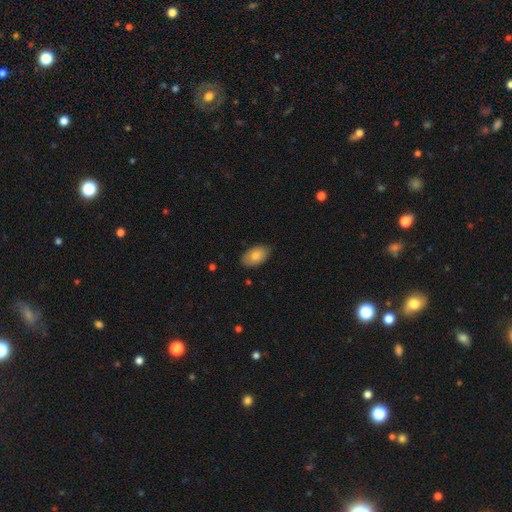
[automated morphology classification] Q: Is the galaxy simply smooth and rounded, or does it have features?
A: smooth — 80%.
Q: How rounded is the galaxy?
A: in between — 93%.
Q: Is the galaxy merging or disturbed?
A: none — 83%.